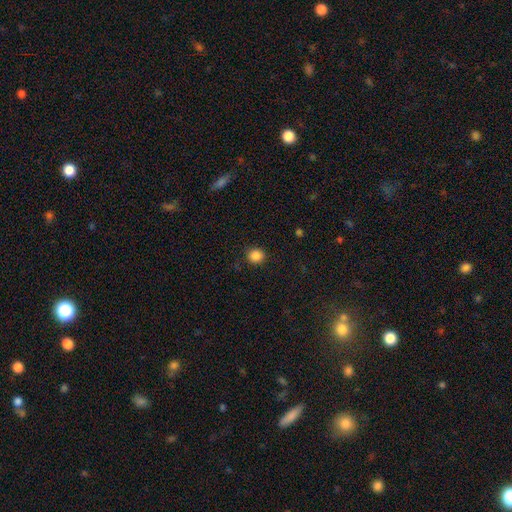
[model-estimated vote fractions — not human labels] This is clearly a smooth galaxy (86%). How rounded: clearly round (88%). Merging: clearly none (89%).